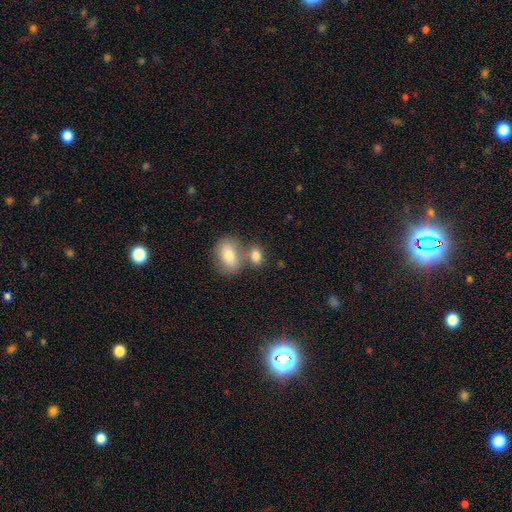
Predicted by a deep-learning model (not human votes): Smooth or featured? Predicted: smooth (p=0.81). How rounded? Predicted: in between (p=0.83). Merging? Predicted: none (p=0.44).